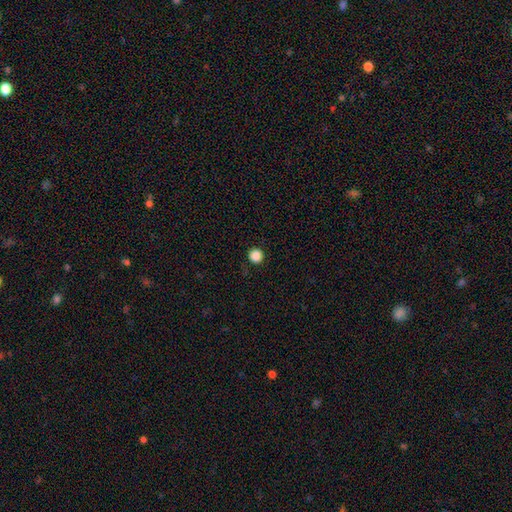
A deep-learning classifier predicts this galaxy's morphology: Q: Smooth or featured?
A: smooth (87%); runner-up: star or artifact (11%)
Q: How rounded?
A: round (96%); runner-up: in between (3%)
Q: Merging?
A: none (91%); runner-up: minor disturbance (6%)